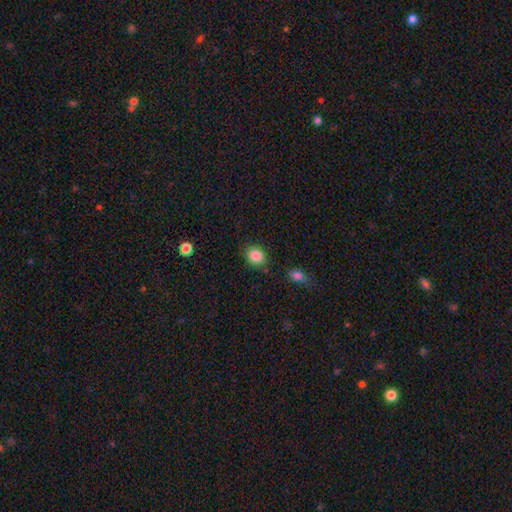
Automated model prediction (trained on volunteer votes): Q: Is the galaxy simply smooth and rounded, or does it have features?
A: smooth — 86%.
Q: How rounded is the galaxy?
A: round — 69%.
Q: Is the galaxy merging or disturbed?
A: none — 83%.